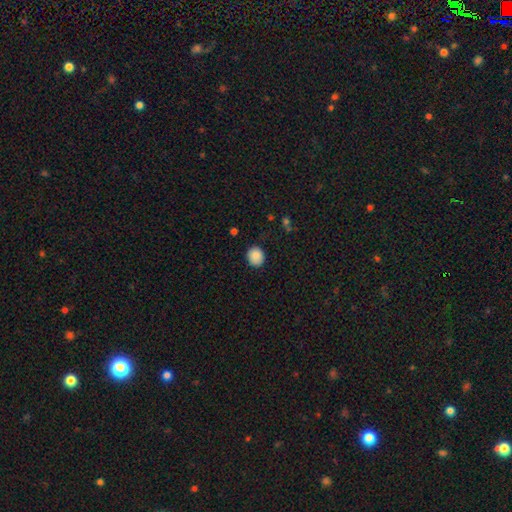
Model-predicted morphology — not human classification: This is clearly a smooth galaxy (87%). How rounded: likely round (77%). Merging: clearly none (85%).